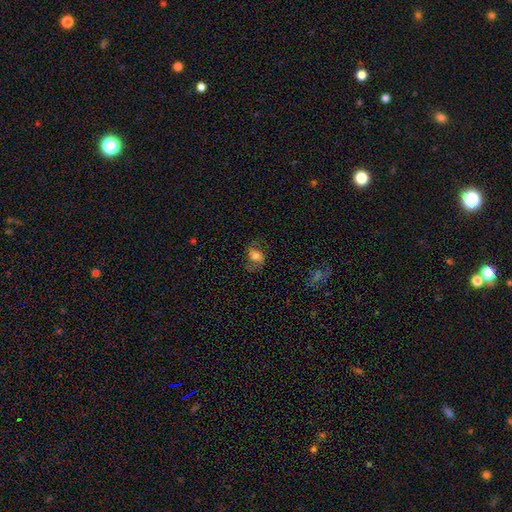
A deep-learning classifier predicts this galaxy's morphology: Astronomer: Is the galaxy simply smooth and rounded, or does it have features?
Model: featured or disk — 47% (runner-up: smooth, 42%).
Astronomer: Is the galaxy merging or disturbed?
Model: none — 65%.